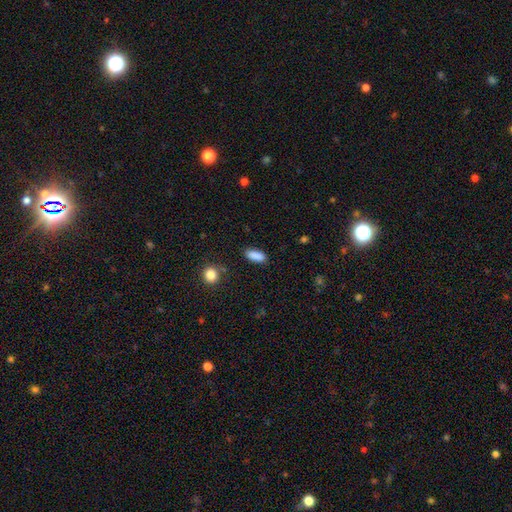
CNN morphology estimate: Smooth or featured? smooth (89%)
How rounded? in between (78%)
Merging? none (85%)